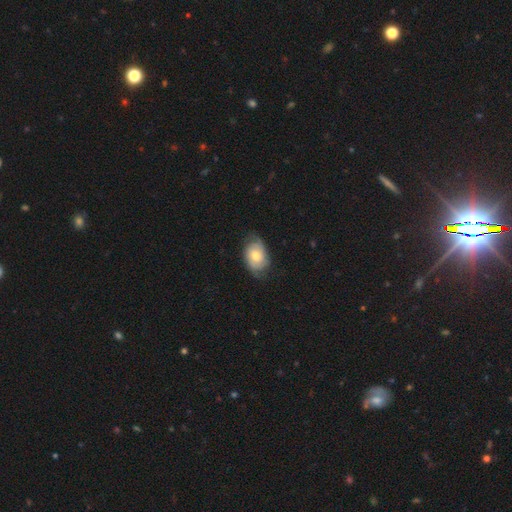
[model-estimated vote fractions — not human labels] A smooth galaxy with no disk features (50%).

Vote fractions:
- Smooth or featured? smooth: 50% / featured or disk: 44% / star or artifact: 7%
- Merging? none: 65% / minor disturbance: 26% / major disturbance: 8% / merger: 1%